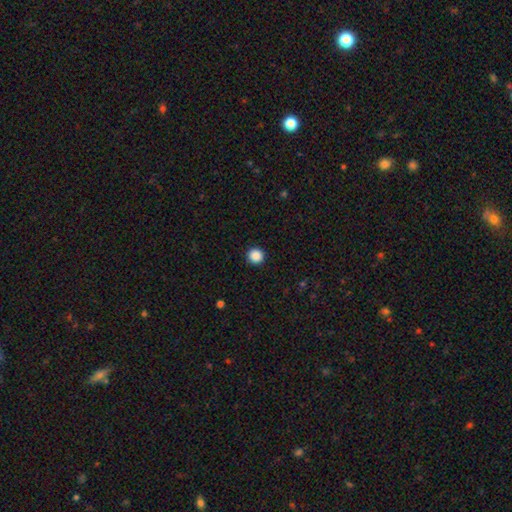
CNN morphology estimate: smooth_or_featured: smooth (p=0.88) [alt: star or artifact p=0.09]
how_rounded: round (p=0.95) [alt: in between p=0.04]
merging: none (p=0.93) [alt: minor disturbance p=0.05]